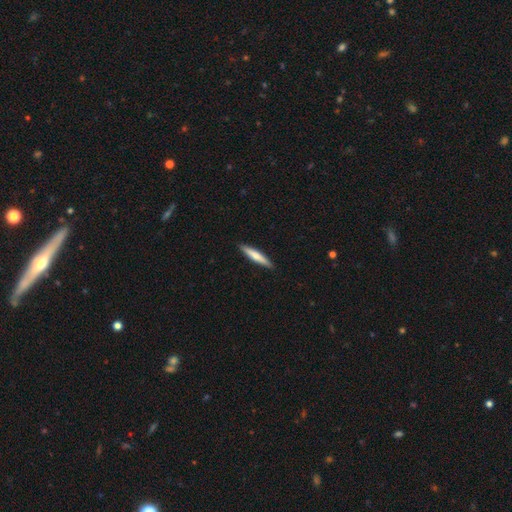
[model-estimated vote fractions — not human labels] smooth 59%, featured or disk 36%, star or artifact 5%. Down the decision tree: how rounded — cigar-shaped (91%); merging — none (91%).